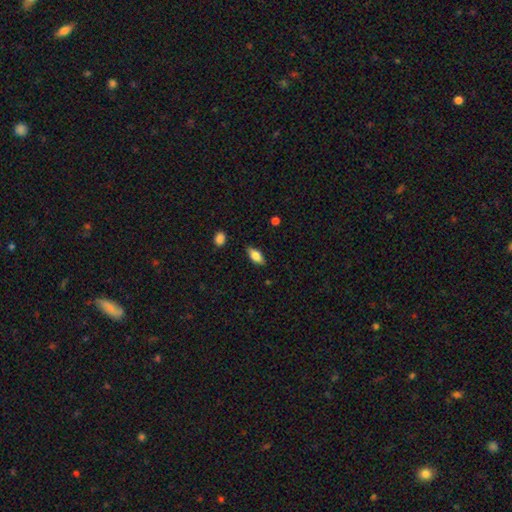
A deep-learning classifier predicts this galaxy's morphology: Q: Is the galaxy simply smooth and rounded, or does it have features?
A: smooth — 75%.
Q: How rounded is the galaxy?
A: in between — 87%.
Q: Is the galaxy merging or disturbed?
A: none — 85%.